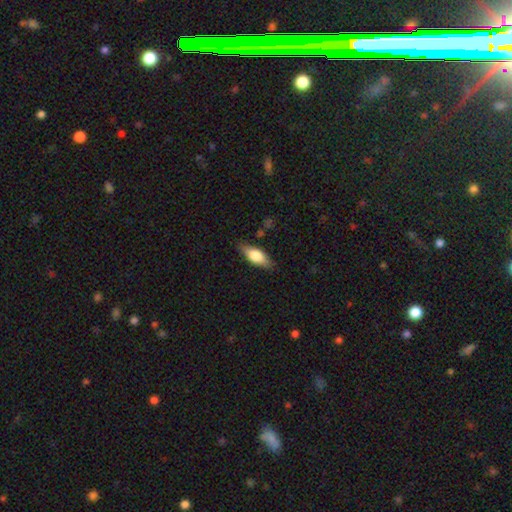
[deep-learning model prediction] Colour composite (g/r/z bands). It shows a smooth galaxy with no disk features (68%) that is in between round and cigar-shaped (75%). Merging: none (83%).